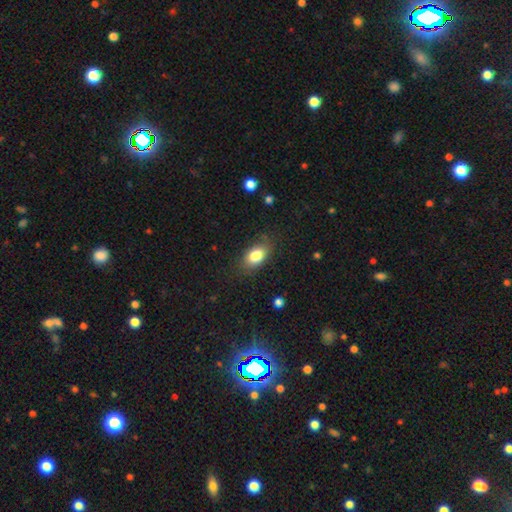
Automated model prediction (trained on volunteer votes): This is clearly a smooth galaxy (82%). How rounded: clearly in between (88%). Merging: likely none (78%).